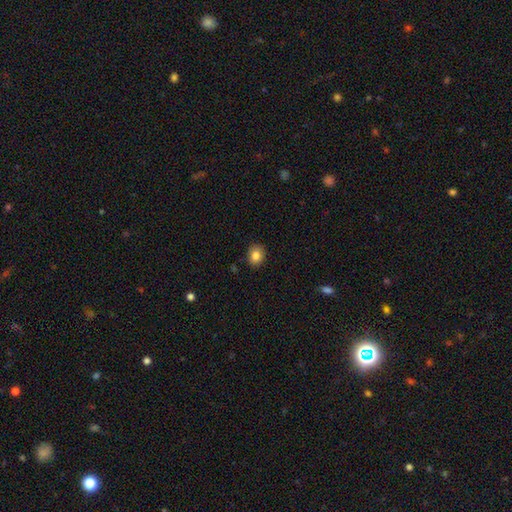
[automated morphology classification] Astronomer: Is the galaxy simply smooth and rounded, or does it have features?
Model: smooth — 84%.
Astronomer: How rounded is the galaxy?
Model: round — 57% (runner-up: in between, 42%).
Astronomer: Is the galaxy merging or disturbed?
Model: none — 88%.